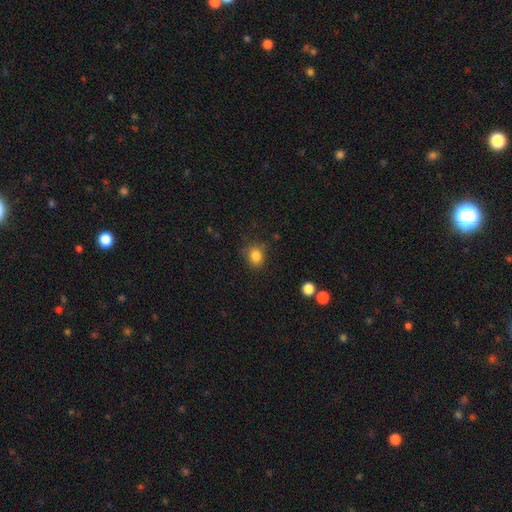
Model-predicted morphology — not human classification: Smooth or featured: smooth — 83% (star or artifact — 11%)
How rounded: round — 67% (in between — 32%)
Merging: none — 77% (minor disturbance — 16%)